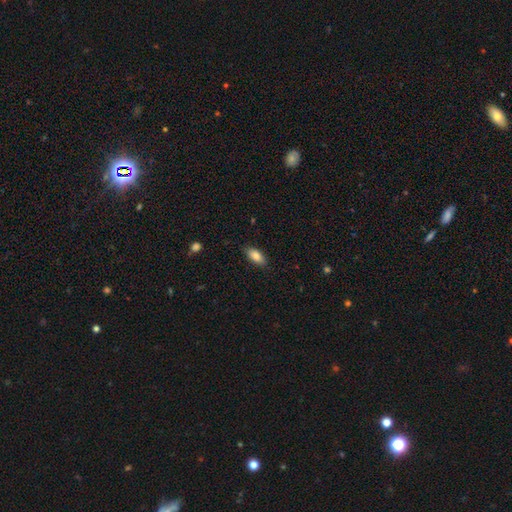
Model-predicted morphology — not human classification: A smooth galaxy with no disk features (83%) that is in between round and cigar-shaped (87%). Merging: none (85%).